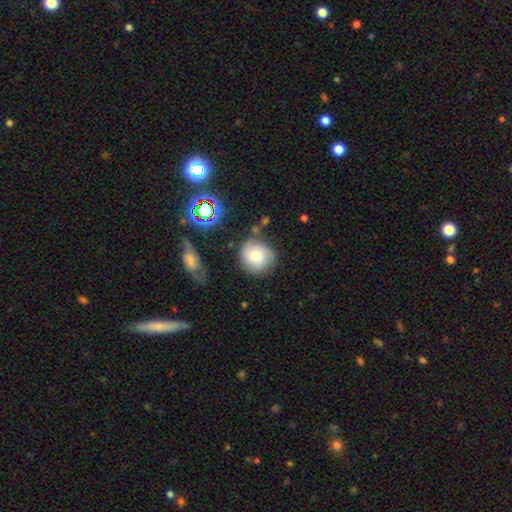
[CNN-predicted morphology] smooth 69%, featured or disk 22%, star or artifact 9%. Down the decision tree: how rounded — round (83%); merging — none (65%).